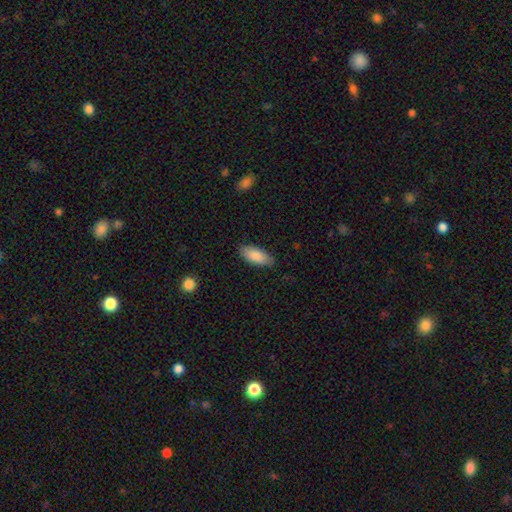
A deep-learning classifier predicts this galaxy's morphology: This appears to be a smooth galaxy with no disk features (88%) that is in between round and cigar-shaped (87%). Merging: none (81%).